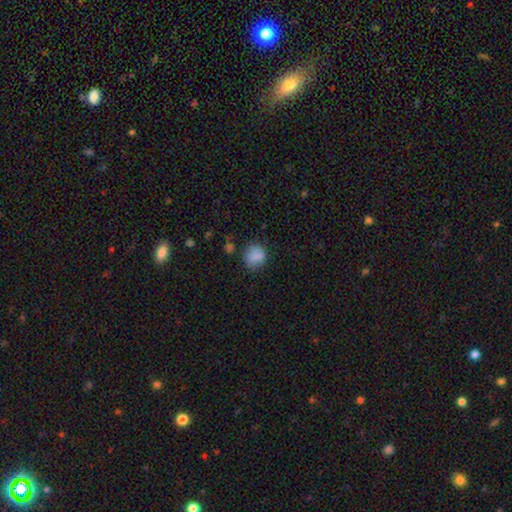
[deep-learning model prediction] Smooth or featured?
  - smooth: 83% *
  - star or artifact: 10%
  - featured or disk: 6%
How rounded?
  - round: 74% *
  - in between: 25%
  - cigar-shaped: 1%
Merging?
  - none: 72% *
  - minor disturbance: 19%
  - major disturbance: 6%
  - merger: 3%